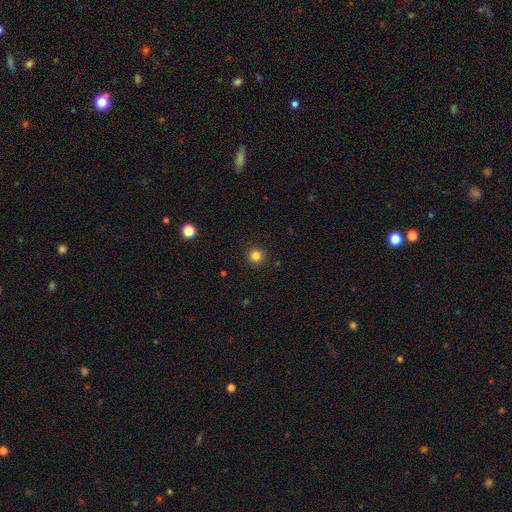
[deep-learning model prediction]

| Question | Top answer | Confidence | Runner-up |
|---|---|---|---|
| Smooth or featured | smooth | 83% | star or artifact (13%) |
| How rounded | round | 96% | in between (3%) |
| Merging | none | 93% | minor disturbance (5%) |